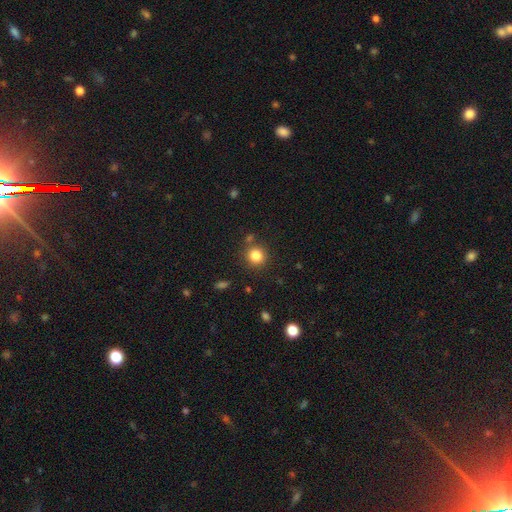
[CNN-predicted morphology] Smooth or featured? Predicted: smooth (p=0.83). How rounded? Predicted: round (p=0.91). Merging? Predicted: none (p=0.83).